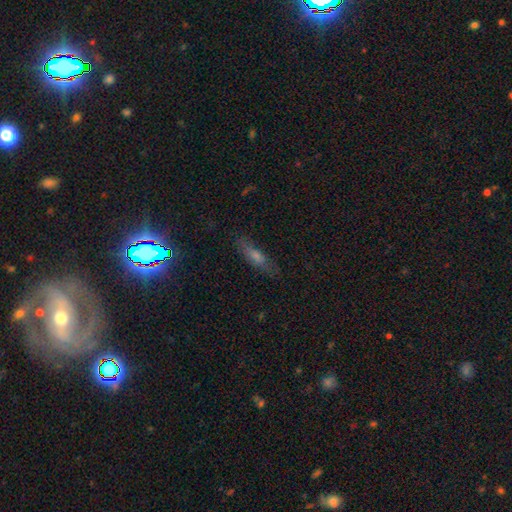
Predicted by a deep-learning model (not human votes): Overall: smooth (46%; featured or disk 32%). Merging: none (78%).